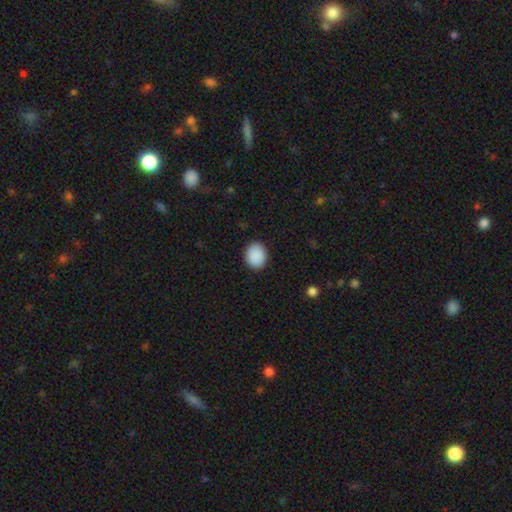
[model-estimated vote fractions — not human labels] Smooth or featured: smooth — 90% (star or artifact — 7%)
How rounded: round — 58% (in between — 41%)
Merging: none — 89% (minor disturbance — 8%)